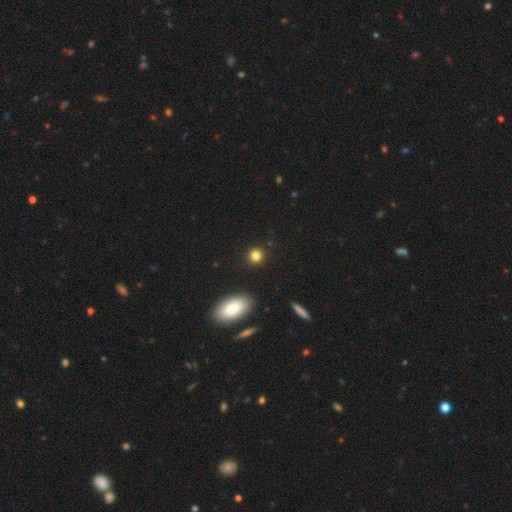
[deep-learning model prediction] The model was most divided on "smooth or featured": smooth: 82%, star or artifact: 13%, featured or disk: 5%. More confident: merging — none (89%); how rounded — round (87%).